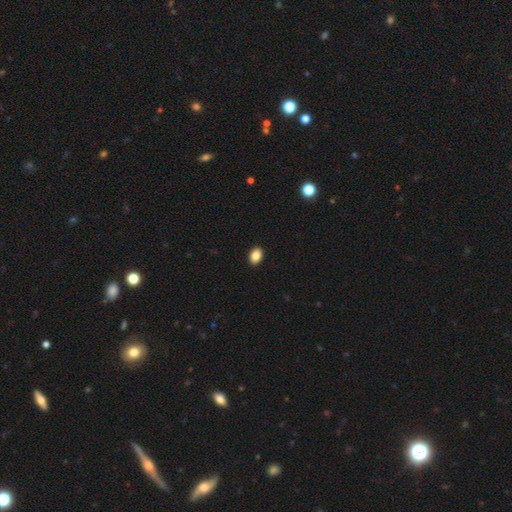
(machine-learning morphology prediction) smooth-or-featured: smooth: 87% | star or artifact: 8% | featured or disk: 4%
  how-rounded: in between: 77% | round: 22% | cigar-shaped: 1%
  merging: none: 92% | minor disturbance: 6% | major disturbance: 1% | merger: 1%